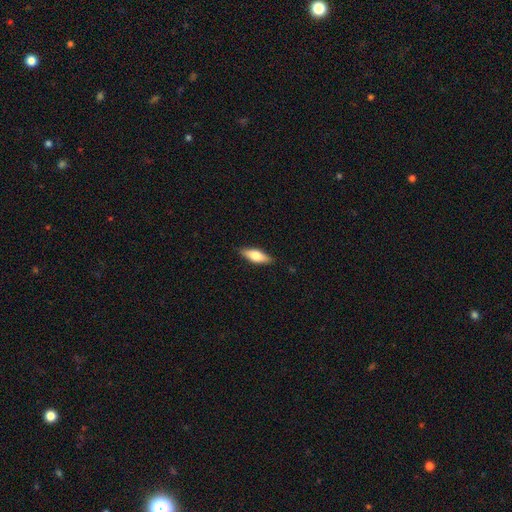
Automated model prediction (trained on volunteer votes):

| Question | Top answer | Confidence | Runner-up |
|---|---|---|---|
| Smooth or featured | smooth | 62% | featured or disk (32%) |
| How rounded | in between | 63% | cigar-shaped (34%) |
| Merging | none | 87% | minor disturbance (10%) |